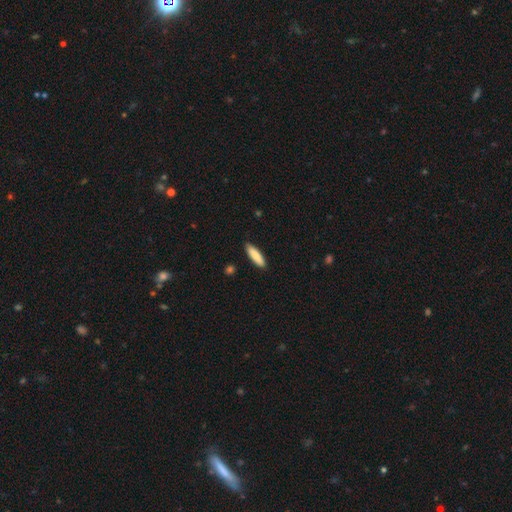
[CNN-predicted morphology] smooth-or-featured: smooth: 84% | featured or disk: 10% | star or artifact: 5%
  how-rounded: cigar-shaped: 64% | in between: 35% | round: 1%
  merging: none: 89% | minor disturbance: 8% | major disturbance: 2% | merger: 1%